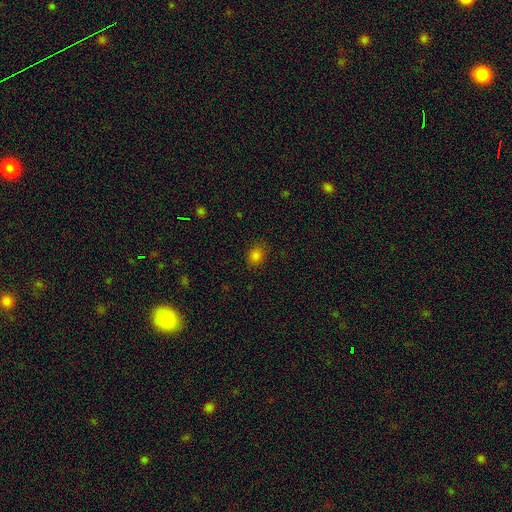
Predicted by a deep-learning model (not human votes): A smooth galaxy with no disk features (81%) that is round (55%). Merging: none (84%).